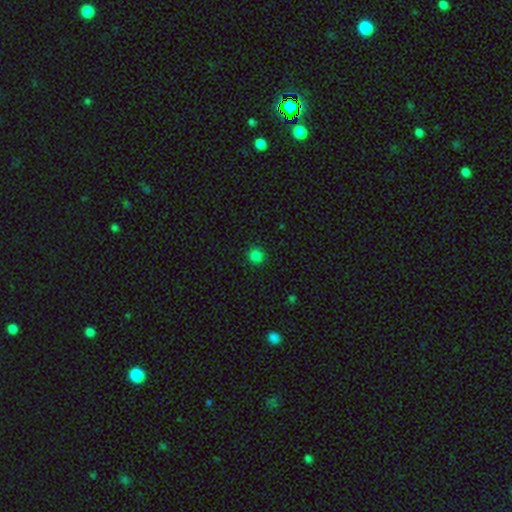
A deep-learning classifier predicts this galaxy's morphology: Q: Smooth or featured?
A: smooth (84%); runner-up: star or artifact (14%)
Q: How rounded?
A: round (92%); runner-up: in between (7%)
Q: Merging?
A: none (92%); runner-up: minor disturbance (6%)